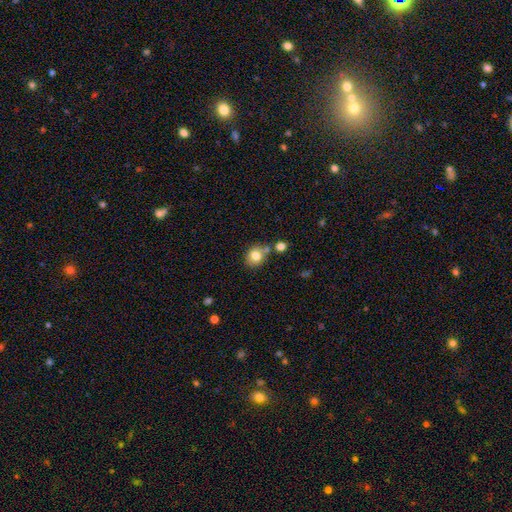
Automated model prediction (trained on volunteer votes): Morphology: type=smooth (79%); roundness=round (73%); merging=none (62%).